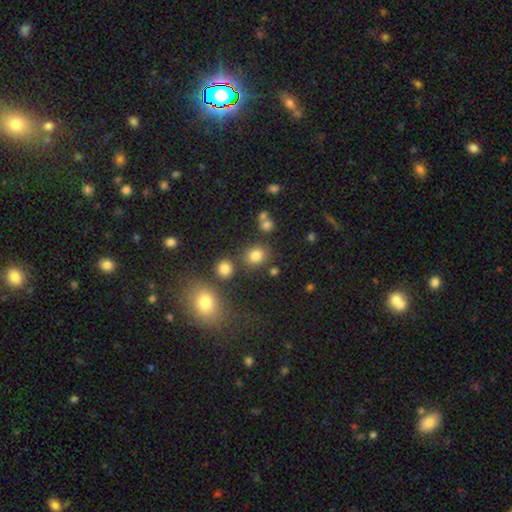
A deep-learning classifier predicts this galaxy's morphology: A smooth galaxy with no disk features (79%) that is round (69%).

Vote fractions:
- Smooth or featured? smooth: 79% / star or artifact: 14% / featured or disk: 7%
- How rounded? round: 69% / in between: 29% / cigar-shaped: 1%
- Merging? none: 74% / minor disturbance: 11% / merger: 11% / major disturbance: 4%